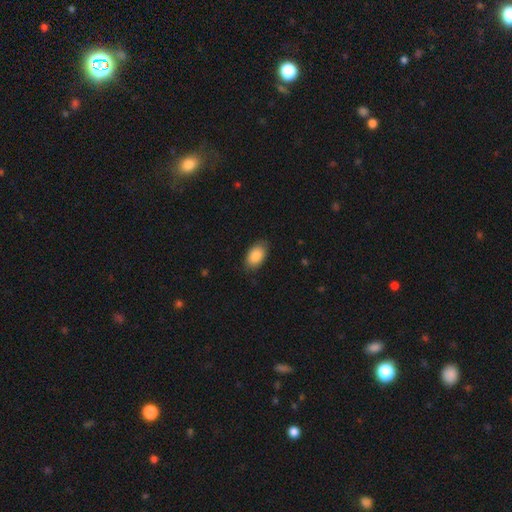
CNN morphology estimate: smooth 88%, star or artifact 6%, featured or disk 6%. Down the decision tree: how rounded — in between (92%); merging — none (83%).